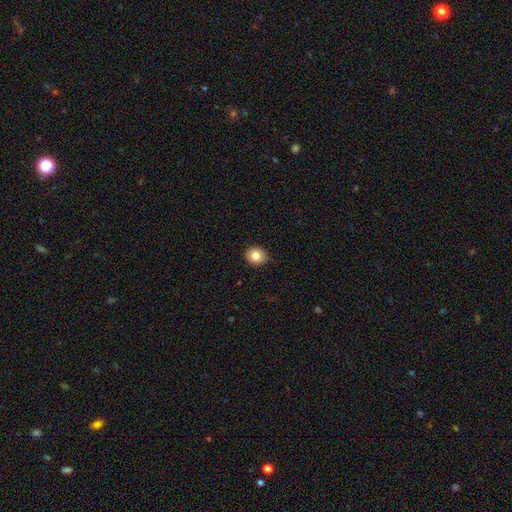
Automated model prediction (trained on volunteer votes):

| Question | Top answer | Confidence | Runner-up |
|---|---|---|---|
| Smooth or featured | smooth | 82% | star or artifact (10%) |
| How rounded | round | 80% | in between (19%) |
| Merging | none | 84% | minor disturbance (13%) |